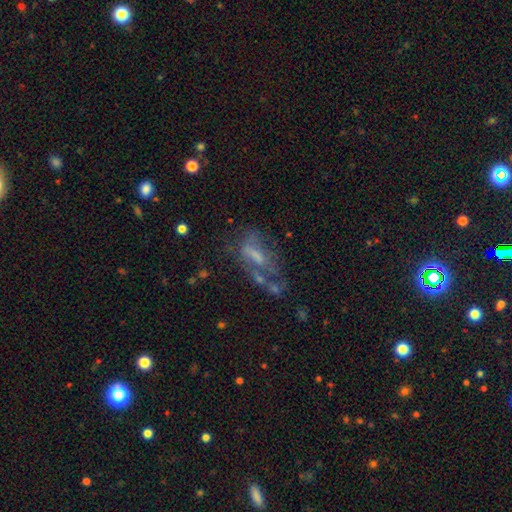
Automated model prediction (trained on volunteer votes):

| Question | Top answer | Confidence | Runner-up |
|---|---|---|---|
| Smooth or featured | featured or disk | 52% | smooth (34%) |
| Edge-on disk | no | 88% | yes (12%) |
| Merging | major disturbance | 35% | none (30%) |